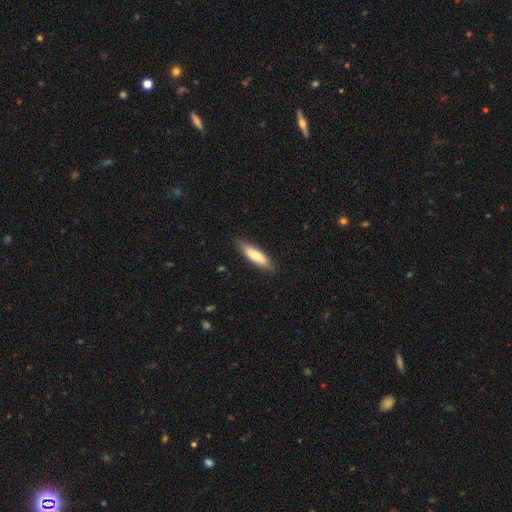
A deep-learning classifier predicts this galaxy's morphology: smooth-or-featured: smooth: 76% | featured or disk: 19% | star or artifact: 5%
  how-rounded: cigar-shaped: 59% | in between: 39% | round: 2%
  merging: none: 85% | minor disturbance: 12% | major disturbance: 2% | merger: 1%